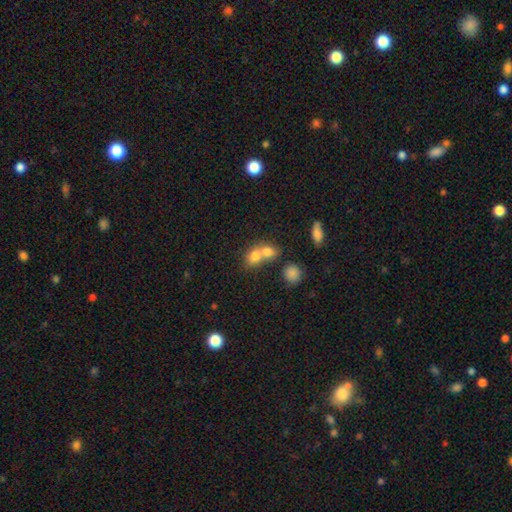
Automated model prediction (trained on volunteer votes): Overall: smooth (74%). How rounded: in between (50%; round 48%). Merging: merger (66%).